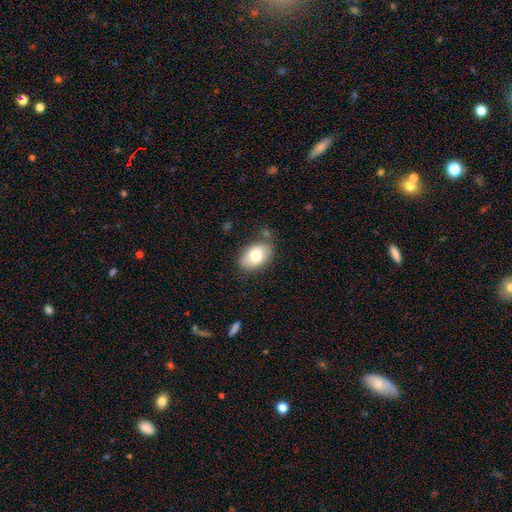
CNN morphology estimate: type=smooth (78%); roundness=in between (89%); merging=none (75%).